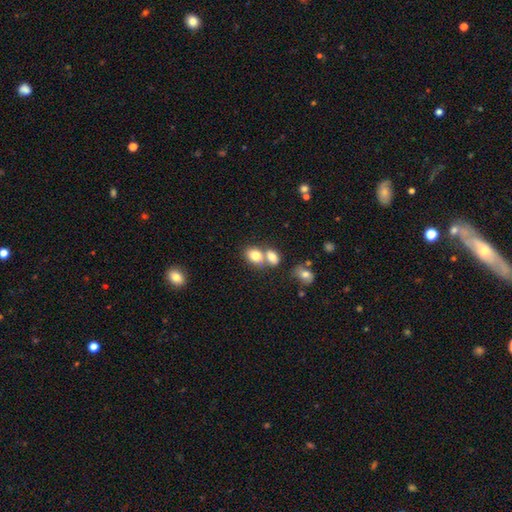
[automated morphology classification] Smooth or featured? Predicted: smooth (p=0.80). How rounded? Predicted: in between (p=0.68). Merging? Predicted: merger (p=0.49).